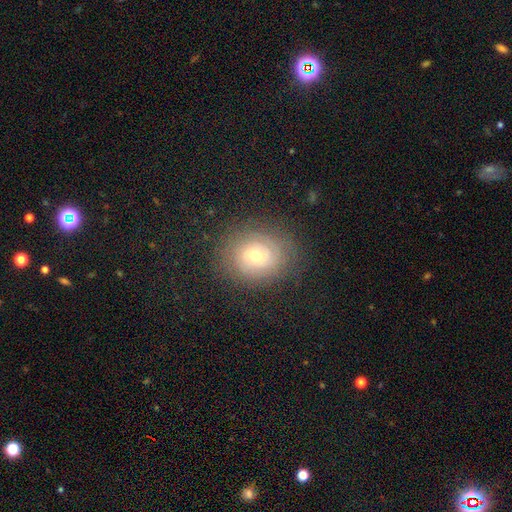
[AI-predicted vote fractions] Smooth or featured?
  - smooth: 46% *
  - featured or disk: 40%
  - star or artifact: 15%
Merging?
  - none: 81% *
  - minor disturbance: 12%
  - major disturbance: 6%
  - merger: 1%